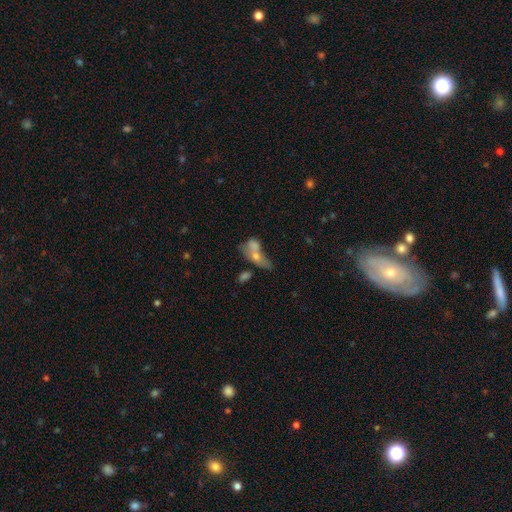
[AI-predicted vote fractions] The model was most divided on "smooth or featured": smooth: 50%, featured or disk: 36%, star or artifact: 14%. More confident: how rounded — in between (68%); merging — merger (59%).